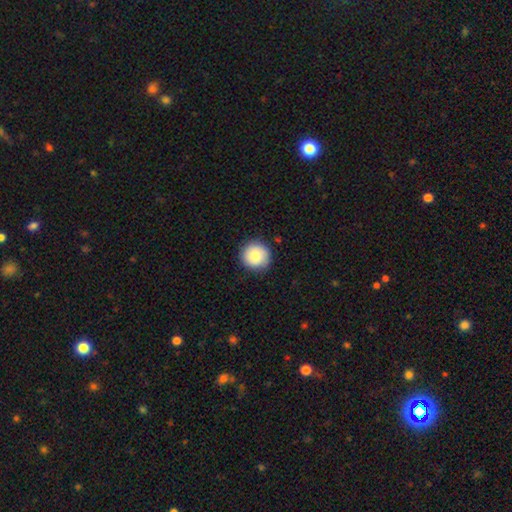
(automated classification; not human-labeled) This appears to be a smooth galaxy with no disk features (84%) that is round (95%). Merging: none (89%).